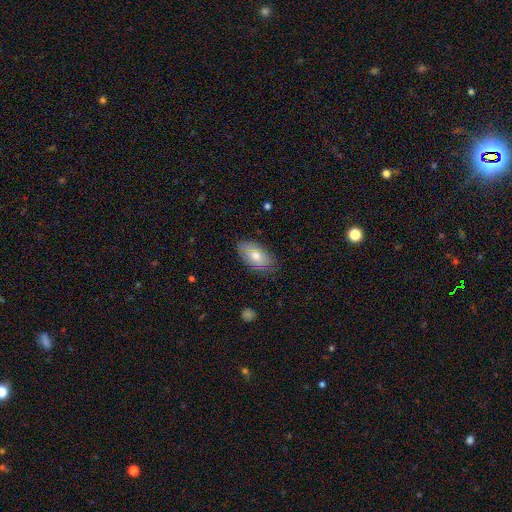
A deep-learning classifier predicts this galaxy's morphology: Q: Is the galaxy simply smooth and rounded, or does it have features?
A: smooth — 70%.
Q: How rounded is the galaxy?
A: in between — 93%.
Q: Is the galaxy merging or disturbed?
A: none — 81%.